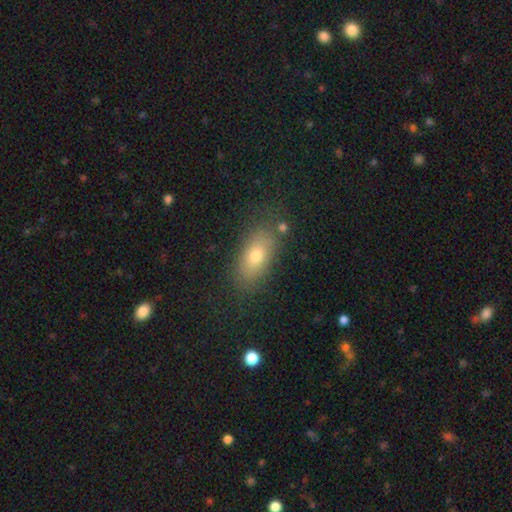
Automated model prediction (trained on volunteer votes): smooth_or_featured: smooth (p=0.73) [alt: featured or disk p=0.17]
how_rounded: in between (p=0.84) [alt: cigar-shaped p=0.08]
merging: none (p=0.78) [alt: minor disturbance p=0.14]